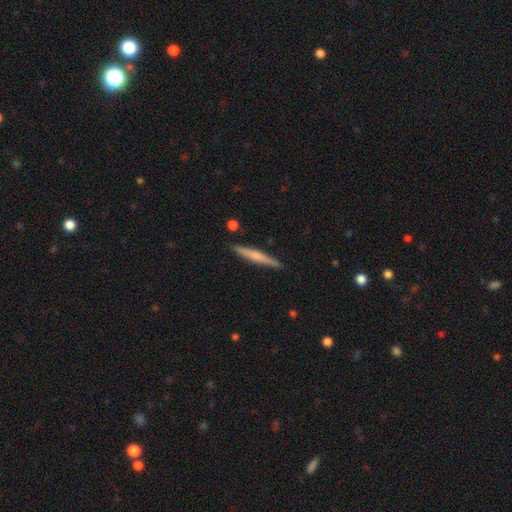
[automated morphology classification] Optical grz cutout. It shows a featured or disk galaxy (48%). Merging: none (91%).